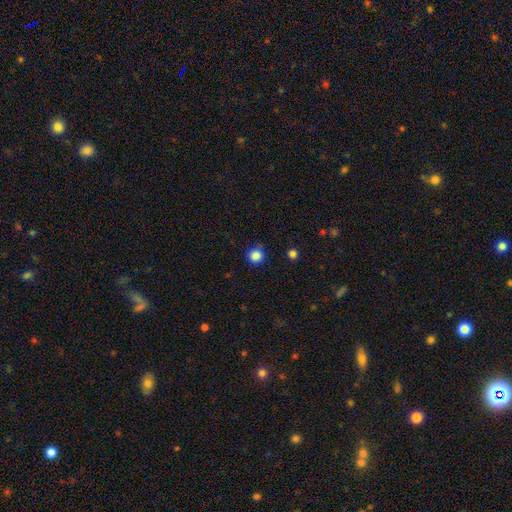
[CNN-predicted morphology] smooth_or_featured: smooth (p=0.85) [alt: star or artifact p=0.11]
how_rounded: round (p=0.94) [alt: in between p=0.05]
merging: none (p=0.83) [alt: minor disturbance p=0.13]